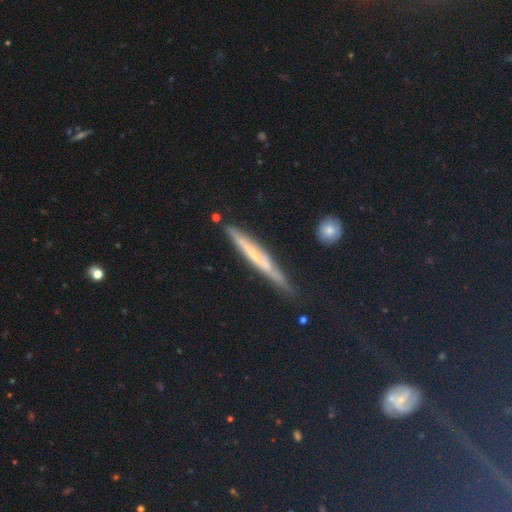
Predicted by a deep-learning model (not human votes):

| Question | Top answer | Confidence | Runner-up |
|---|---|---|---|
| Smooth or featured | featured or disk | 54% | smooth (27%) |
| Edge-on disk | yes | 88% | no (12%) |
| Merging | none | 79% | minor disturbance (15%) |